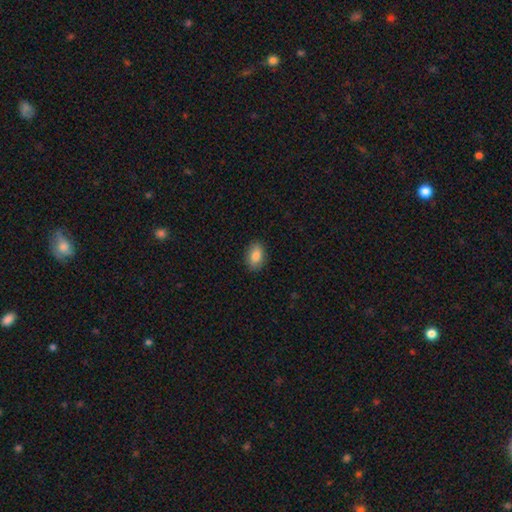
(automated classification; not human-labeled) smooth_or_featured: smooth (p=0.86) [alt: star or artifact p=0.07]
how_rounded: in between (p=0.87) [alt: round p=0.12]
merging: none (p=0.88) [alt: minor disturbance p=0.09]